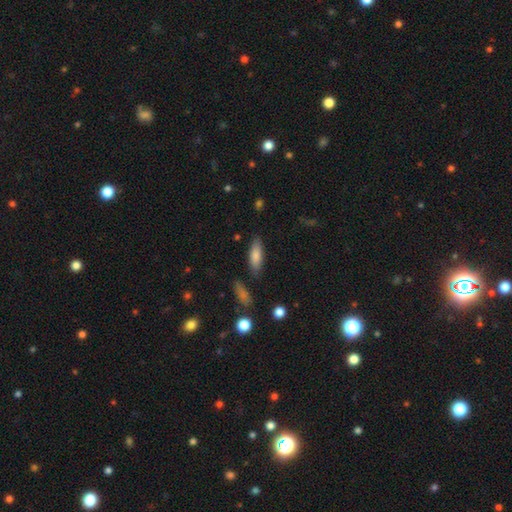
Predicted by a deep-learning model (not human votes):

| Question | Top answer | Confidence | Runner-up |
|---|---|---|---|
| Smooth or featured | smooth | 81% | featured or disk (12%) |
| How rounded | in between | 58% | cigar-shaped (40%) |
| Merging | none | 80% | minor disturbance (13%) |